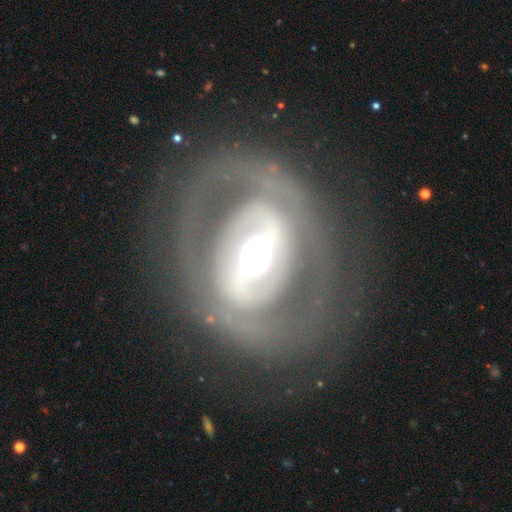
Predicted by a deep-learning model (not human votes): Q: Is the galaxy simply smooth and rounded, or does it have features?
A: featured or disk — 78%.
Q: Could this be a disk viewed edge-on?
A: no — 94%.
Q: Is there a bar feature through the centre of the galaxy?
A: strong — 48%.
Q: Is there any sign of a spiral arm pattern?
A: no — 54%.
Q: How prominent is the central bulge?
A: moderate — 60%.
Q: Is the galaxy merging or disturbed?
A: none — 75%.